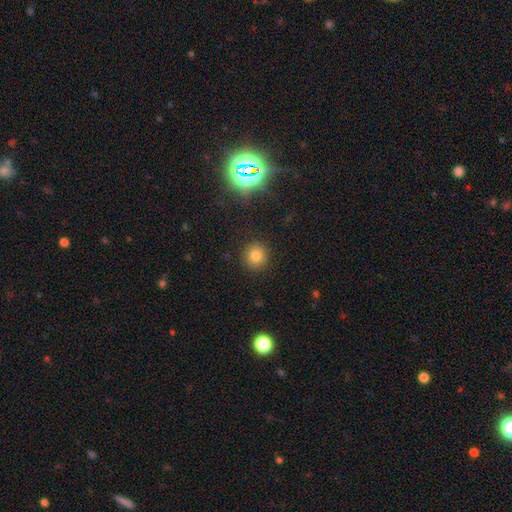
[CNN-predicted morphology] Smooth or featured: smooth — 79% (star or artifact — 13%)
How rounded: round — 93% (in between — 6%)
Merging: none — 91% (minor disturbance — 6%)